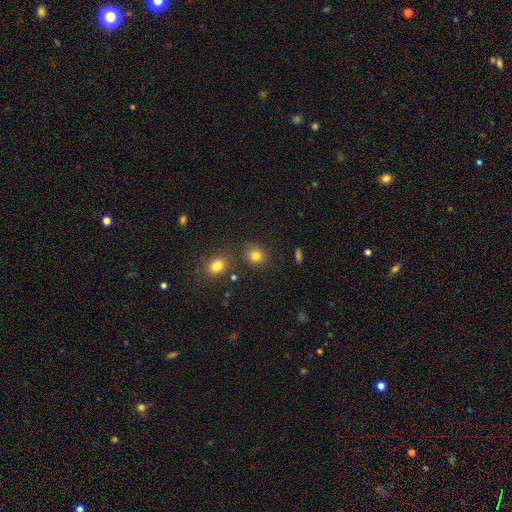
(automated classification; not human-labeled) smooth_or_featured: smooth (p=0.81) [alt: star or artifact p=0.12]
how_rounded: round (p=0.78) [alt: in between p=0.21]
merging: none (p=0.77) [alt: minor disturbance p=0.12]